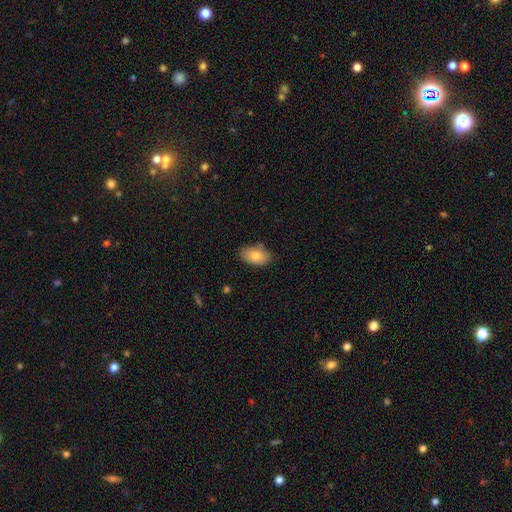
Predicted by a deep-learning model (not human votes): A smooth galaxy with no disk features (79%) that is in between round and cigar-shaped (91%).

Vote fractions:
- Smooth or featured? smooth: 79% / featured or disk: 14% / star or artifact: 7%
- How rounded? in between: 91% / round: 8% / cigar-shaped: 1%
- Merging? none: 81% / minor disturbance: 15% / major disturbance: 2% / merger: 2%